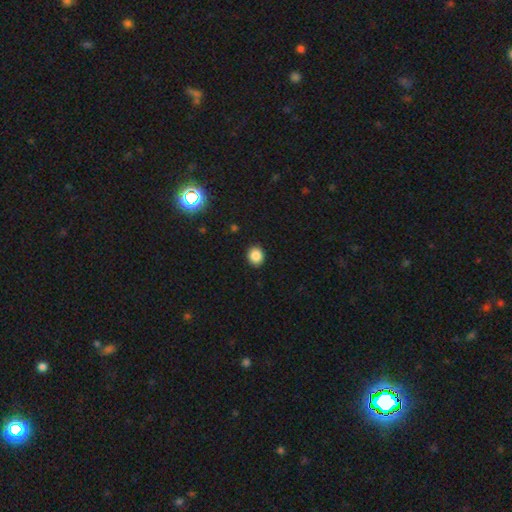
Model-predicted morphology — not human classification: This is clearly a smooth galaxy (86%). How rounded: likely round (75%). Merging: clearly none (91%).